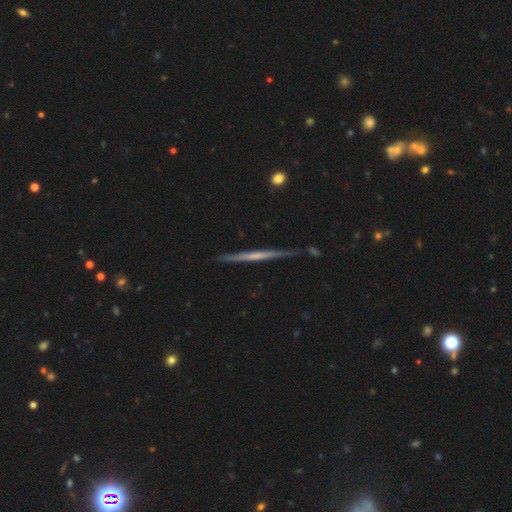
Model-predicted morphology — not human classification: type=featured or disk (62%); edge-on=yes (97%); edge-on bulge=none (76%); merging=none (83%).